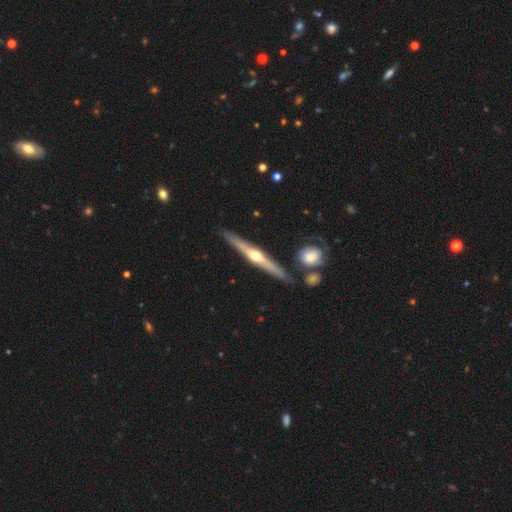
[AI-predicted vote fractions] This appears to be a featured or disk galaxy (74%) viewed edge-on (97%) with a rounded central bulge (91%). Merging: none (87%).